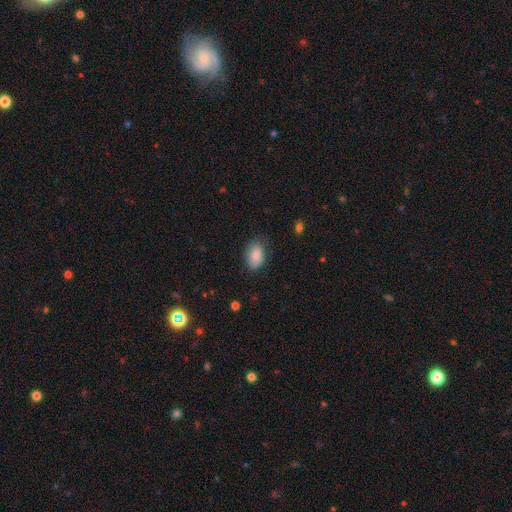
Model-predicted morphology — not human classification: smooth_or_featured: smooth (p=0.87) [alt: star or artifact p=0.07]
how_rounded: in between (p=0.88) [alt: round p=0.10]
merging: none (p=0.75) [alt: minor disturbance p=0.19]